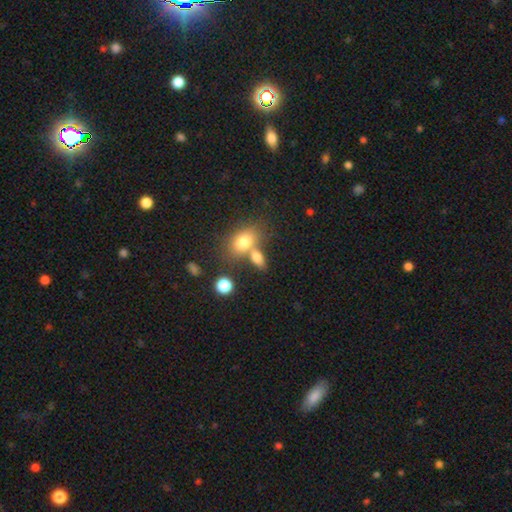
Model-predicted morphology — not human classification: type=smooth (74%); roundness=in between (77%); merging=none (50%).